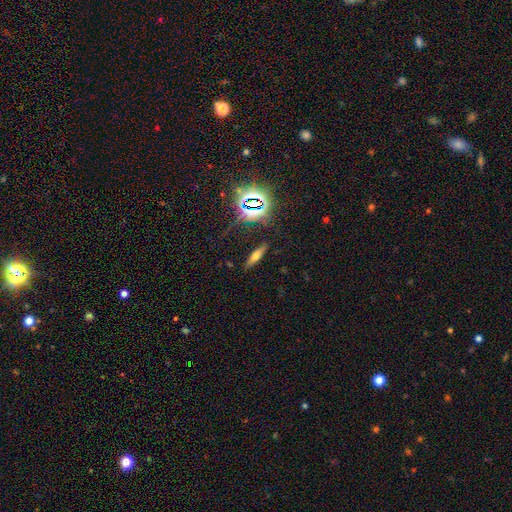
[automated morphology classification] Smooth or featured? smooth (44%)
Merging? none (86%)